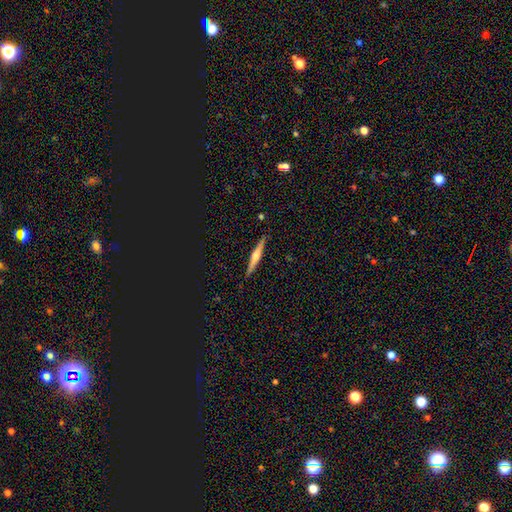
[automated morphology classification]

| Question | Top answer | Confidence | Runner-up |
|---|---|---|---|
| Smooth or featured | featured or disk | 67% | smooth (25%) |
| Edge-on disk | yes | 98% | no (2%) |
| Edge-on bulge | rounded | 72% | boxy (15%) |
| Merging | none | 91% | minor disturbance (7%) |